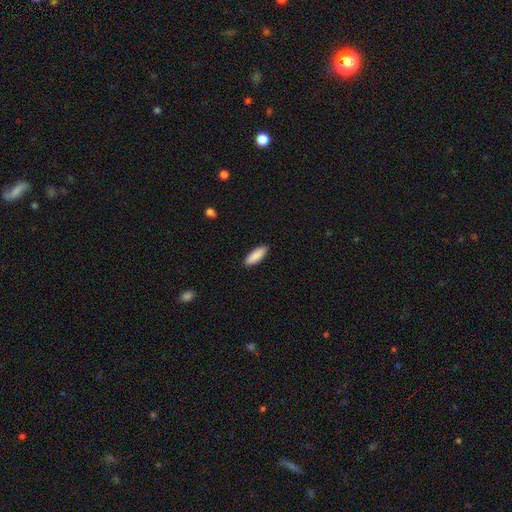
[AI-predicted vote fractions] This is clearly a smooth galaxy (90%). How rounded: possibly in between (56%). Merging: clearly none (89%).